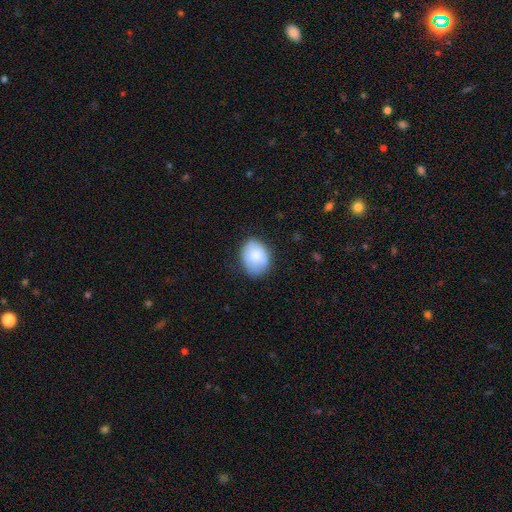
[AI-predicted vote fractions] Smooth or featured?
  - smooth: 82% *
  - featured or disk: 12%
  - star or artifact: 7%
How rounded?
  - in between: 62% *
  - round: 37%
  - cigar-shaped: 1%
Merging?
  - none: 73% *
  - minor disturbance: 21%
  - major disturbance: 5%
  - merger: 1%